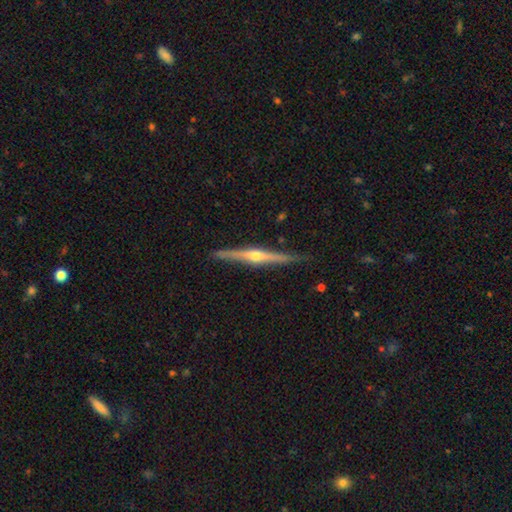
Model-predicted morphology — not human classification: smooth_or_featured: featured or disk (p=0.79) [alt: smooth p=0.16]
disk_edge_on: yes (p=0.98) [alt: no p=0.02]
edge_on_bulge: rounded (p=0.91) [alt: none p=0.06]
merging: none (p=0.88) [alt: minor disturbance p=0.09]